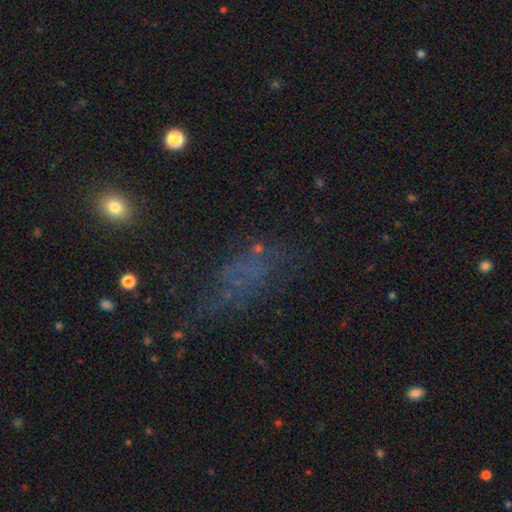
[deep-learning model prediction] Smooth or featured?
  - smooth: 39% *
  - star or artifact: 31%
  - featured or disk: 30%
Merging?
  - none: 46% *
  - major disturbance: 29%
  - minor disturbance: 18%
  - merger: 6%